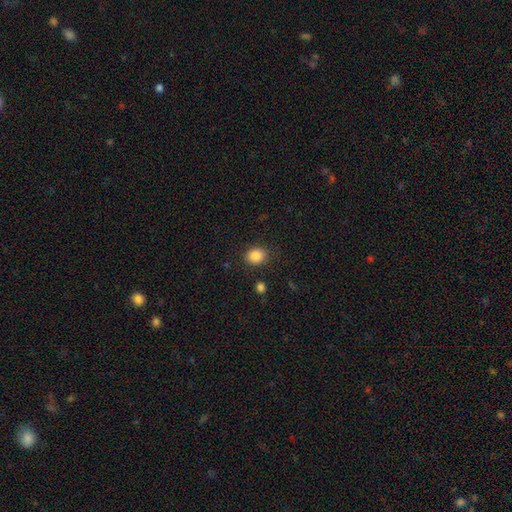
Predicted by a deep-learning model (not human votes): Morphology: type=smooth (87%); roundness=round (55%); merging=none (84%).